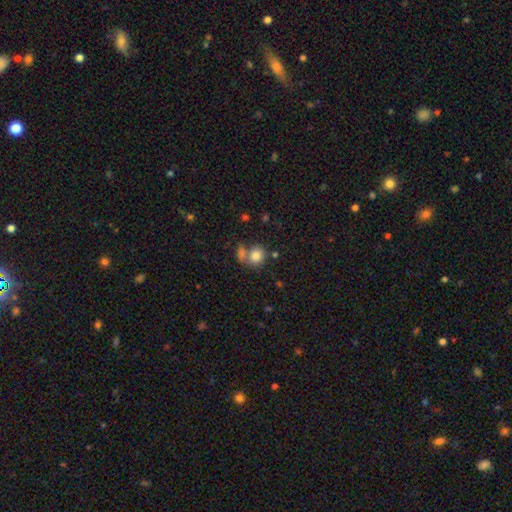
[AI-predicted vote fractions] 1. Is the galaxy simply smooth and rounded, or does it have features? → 81% smooth, 10% featured or disk, 9% star or artifact.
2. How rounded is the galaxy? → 69% round, 29% in between, 1% cigar-shaped.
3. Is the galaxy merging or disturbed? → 45% none, 38% merger, 11% minor disturbance, 6% major disturbance.